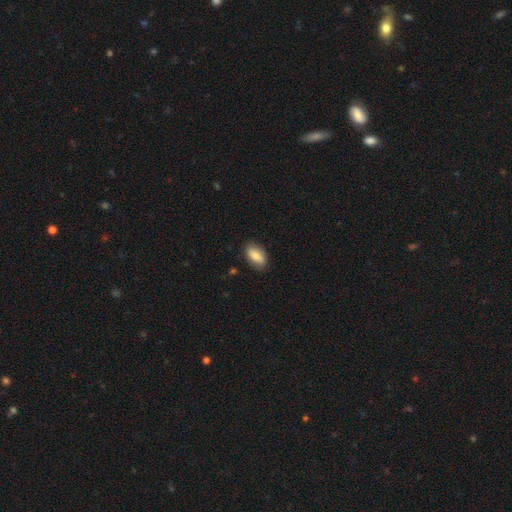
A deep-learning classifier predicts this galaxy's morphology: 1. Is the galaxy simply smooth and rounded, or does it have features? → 80% smooth, 14% featured or disk, 7% star or artifact.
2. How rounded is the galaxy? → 91% in between, 5% cigar-shaped, 4% round.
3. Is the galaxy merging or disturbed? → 84% none, 13% minor disturbance, 2% major disturbance, 1% merger.